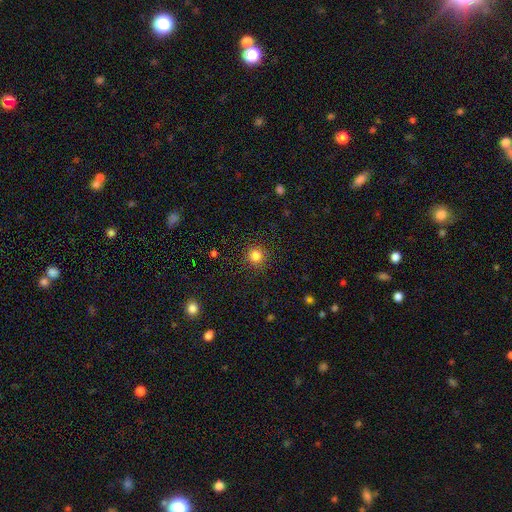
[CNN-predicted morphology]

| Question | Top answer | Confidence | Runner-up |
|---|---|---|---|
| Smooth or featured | smooth | 83% | star or artifact (13%) |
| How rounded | round | 94% | in between (5%) |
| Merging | none | 90% | minor disturbance (7%) |